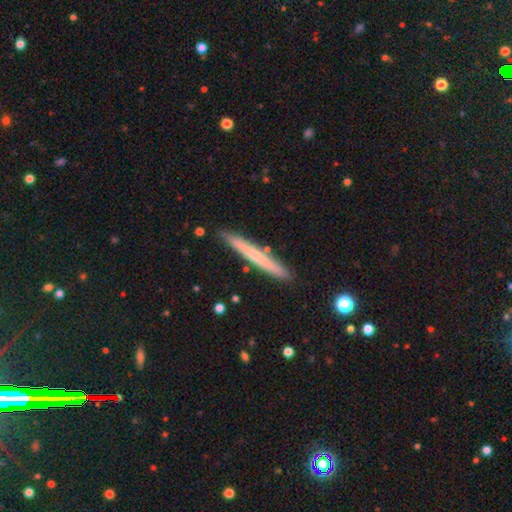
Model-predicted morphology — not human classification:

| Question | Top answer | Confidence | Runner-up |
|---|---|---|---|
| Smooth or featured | smooth | 50% | featured or disk (44%) |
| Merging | none | 89% | minor disturbance (8%) |